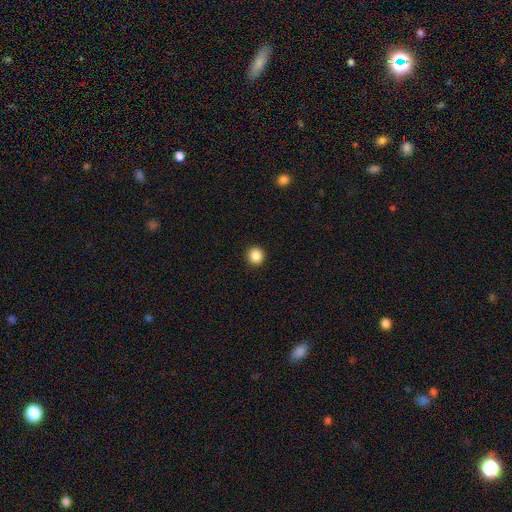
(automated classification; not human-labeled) smooth 87%, star or artifact 10%, featured or disk 3%. Down the decision tree: how rounded — round (93%); merging — none (93%).